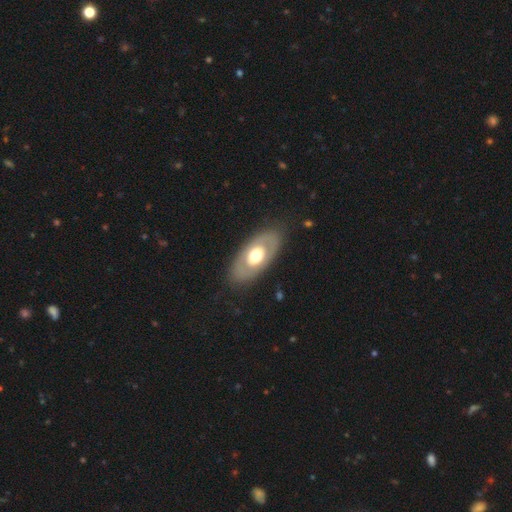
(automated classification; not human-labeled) Smooth or featured: featured or disk — 50% (smooth — 45%)
Edge-on disk: no — 86% (yes — 14%)
Merging: none — 83% (minor disturbance — 11%)